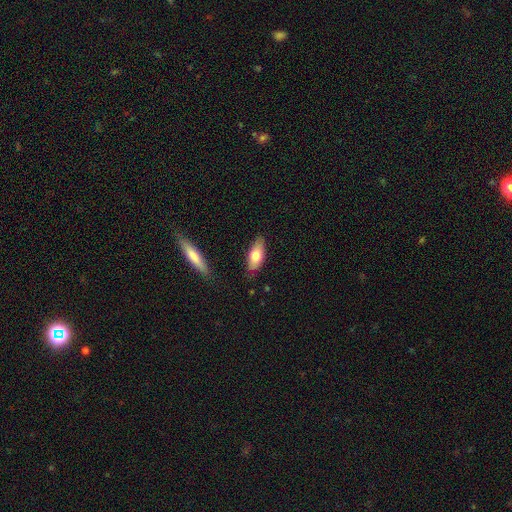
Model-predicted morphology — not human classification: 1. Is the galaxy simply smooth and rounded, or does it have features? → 71% smooth, 23% featured or disk, 6% star or artifact.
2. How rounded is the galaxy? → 78% in between, 19% cigar-shaped, 3% round.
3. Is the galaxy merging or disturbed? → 81% none, 14% minor disturbance, 3% major disturbance, 2% merger.